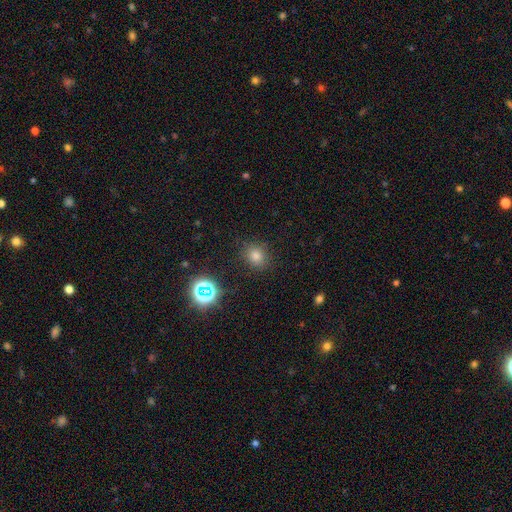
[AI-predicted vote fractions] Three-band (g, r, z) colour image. It shows a smooth galaxy with no disk features (73%) that is round (69%). Merging: none (85%).